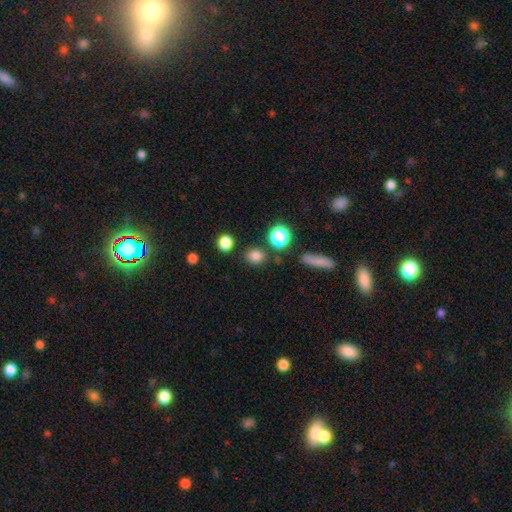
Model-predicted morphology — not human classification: Smooth or featured? smooth (79%)
How rounded? round (76%)
Merging? none (82%)